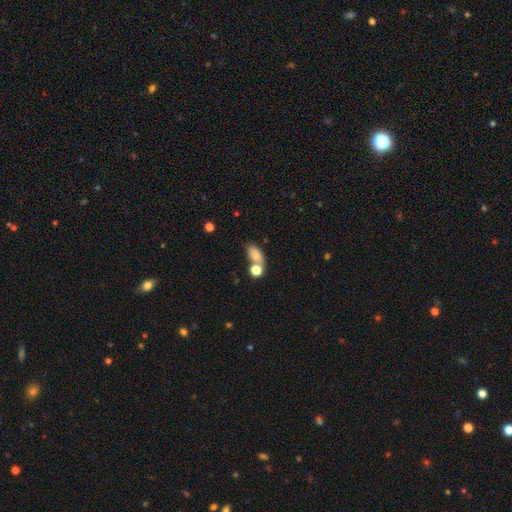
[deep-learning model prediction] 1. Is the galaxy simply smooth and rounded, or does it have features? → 78% smooth, 11% star or artifact, 11% featured or disk.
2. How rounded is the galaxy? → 82% in between, 13% round, 5% cigar-shaped.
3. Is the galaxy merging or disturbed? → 40% none, 37% merger, 15% minor disturbance, 8% major disturbance.